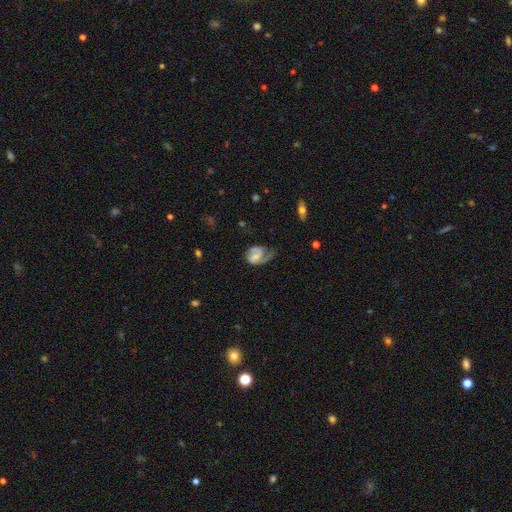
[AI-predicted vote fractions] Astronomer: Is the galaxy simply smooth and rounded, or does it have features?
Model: featured or disk — 69%.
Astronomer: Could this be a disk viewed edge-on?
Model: no — 97%.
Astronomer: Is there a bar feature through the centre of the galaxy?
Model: no — 49% (runner-up: weak, 40%).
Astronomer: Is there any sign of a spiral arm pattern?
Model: yes — 89%.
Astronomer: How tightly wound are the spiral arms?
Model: medium — 43% (runner-up: tight, 30%).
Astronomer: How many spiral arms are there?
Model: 2 — 50% (runner-up: 1, 39%).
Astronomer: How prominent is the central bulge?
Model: small — 45% (runner-up: moderate, 33%).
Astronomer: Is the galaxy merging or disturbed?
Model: none — 38% (runner-up: major disturbance, 31%).